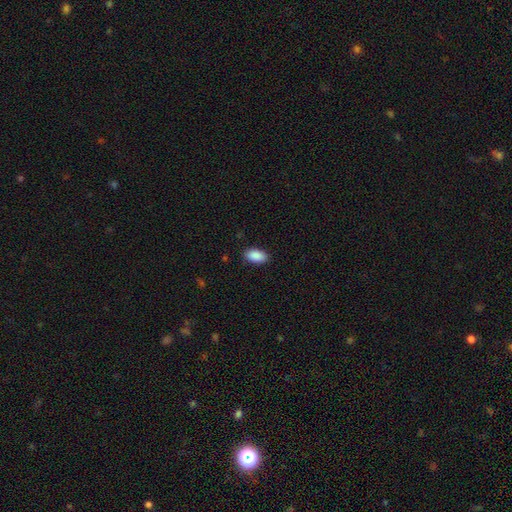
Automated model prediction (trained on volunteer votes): Smooth or featured?
  - smooth: 90% *
  - star or artifact: 7%
  - featured or disk: 3%
How rounded?
  - in between: 94% *
  - round: 3%
  - cigar-shaped: 3%
Merging?
  - none: 88% *
  - minor disturbance: 9%
  - major disturbance: 2%
  - merger: 1%